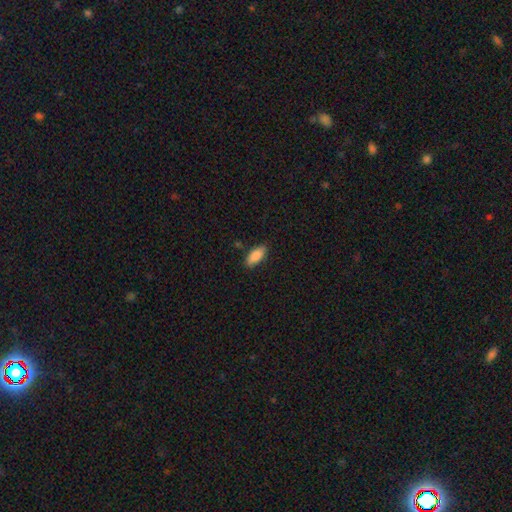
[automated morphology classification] Smooth or featured? Predicted: smooth (p=0.84). How rounded? Predicted: in between (p=0.81). Merging? Predicted: none (p=0.85).